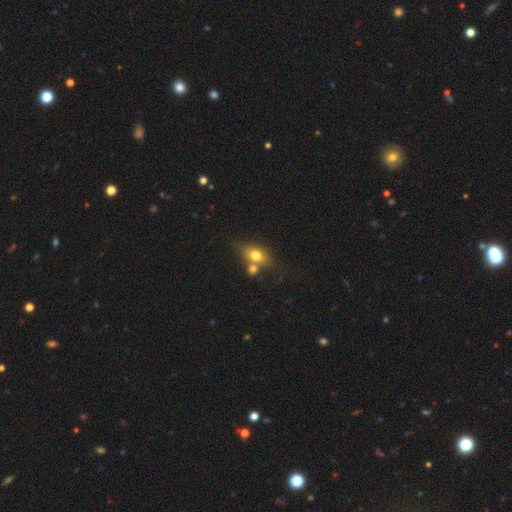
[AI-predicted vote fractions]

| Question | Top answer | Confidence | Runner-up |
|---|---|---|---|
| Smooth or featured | smooth | 73% | featured or disk (17%) |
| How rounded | in between | 70% | round (26%) |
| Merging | none | 50% | merger (31%) |